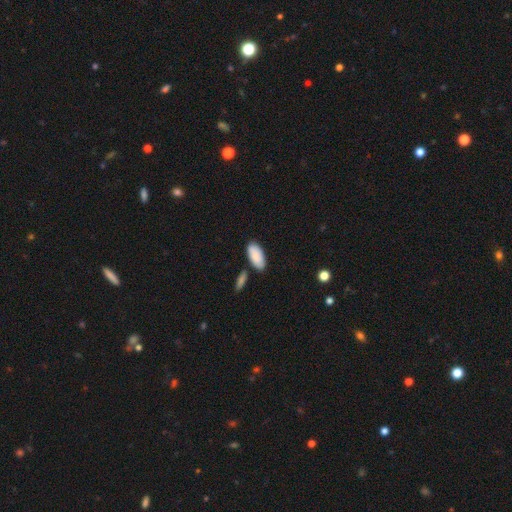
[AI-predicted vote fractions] smooth_or_featured: smooth (p=0.88) [alt: featured or disk p=0.07]
how_rounded: in between (p=0.93) [alt: cigar-shaped p=0.06]
merging: none (p=0.75) [alt: minor disturbance p=0.14]